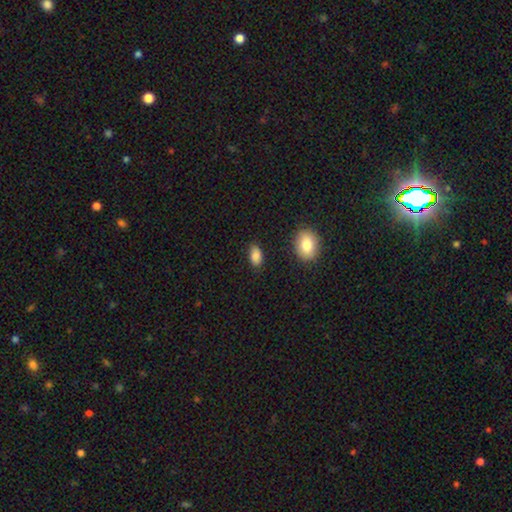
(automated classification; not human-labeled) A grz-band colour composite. It shows a smooth galaxy with no disk features (87%) that is in between round and cigar-shaped (92%). Merging: none (83%).